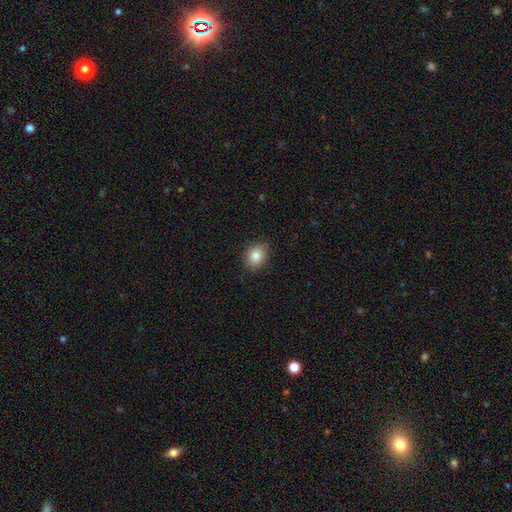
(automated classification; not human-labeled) Overall: smooth (84%). How rounded: in between (53%; round 46%). Merging: none (87%).